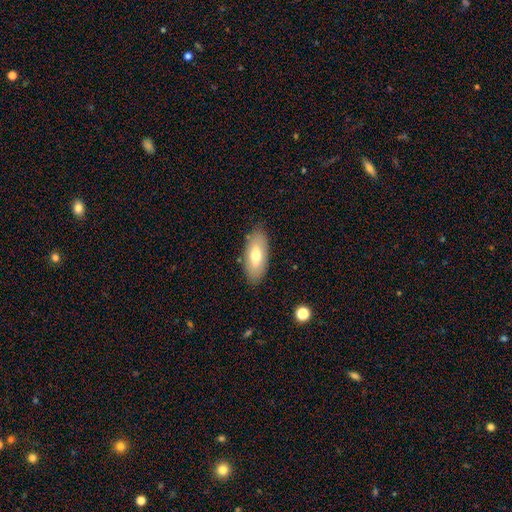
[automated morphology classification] A smooth galaxy with no disk features (67%) that is in between round and cigar-shaped (87%).

Vote fractions:
- Smooth or featured? smooth: 67% / featured or disk: 27% / star or artifact: 6%
- How rounded? in between: 87% / cigar-shaped: 11% / round: 2%
- Merging? none: 85% / minor disturbance: 11% / major disturbance: 3% / merger: 2%